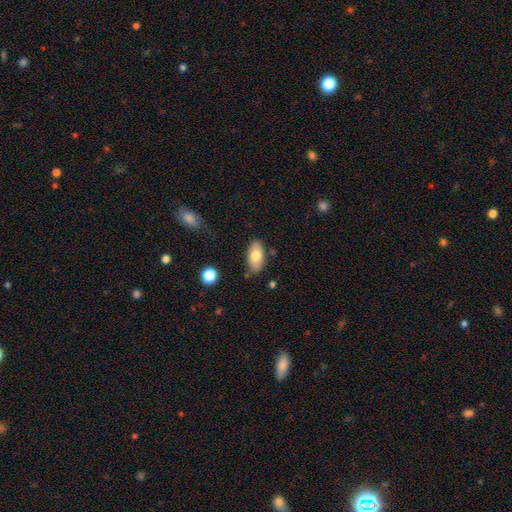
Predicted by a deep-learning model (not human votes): Overall: smooth (78%). How rounded: in between (93%). Merging: none (81%).